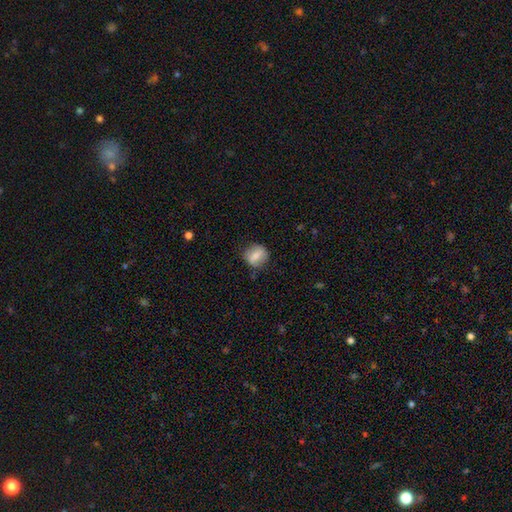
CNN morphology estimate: Smooth or featured? Predicted: smooth (p=0.69). How rounded? Predicted: round (p=0.76). Merging? Predicted: none (p=0.77).